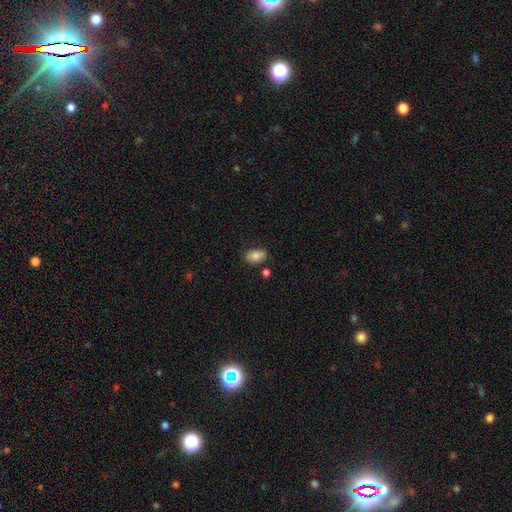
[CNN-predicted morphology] This is likely a smooth galaxy (78%). How rounded: clearly in between (87%). Merging: likely none (78%).